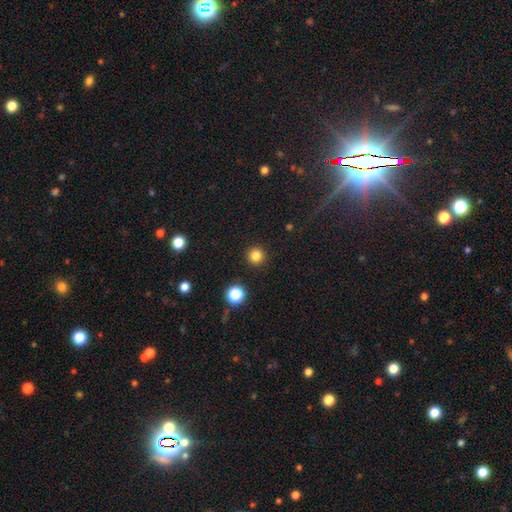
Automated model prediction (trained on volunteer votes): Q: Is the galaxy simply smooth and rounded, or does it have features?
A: smooth — 82%.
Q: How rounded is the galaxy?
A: round — 96%.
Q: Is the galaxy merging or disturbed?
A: none — 93%.